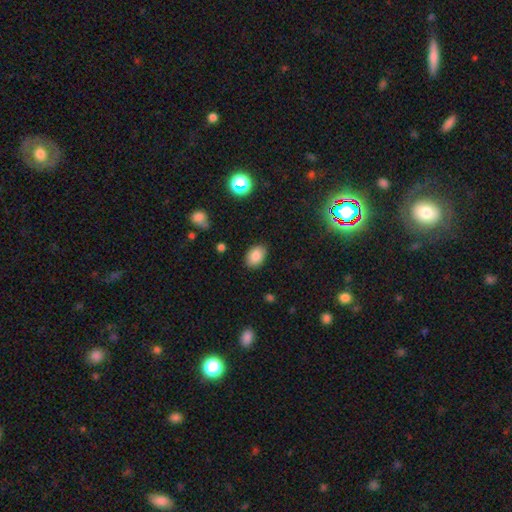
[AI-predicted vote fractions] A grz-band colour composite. It shows a smooth galaxy with no disk features (84%) that is in between round and cigar-shaped (80%). Merging: none (86%).